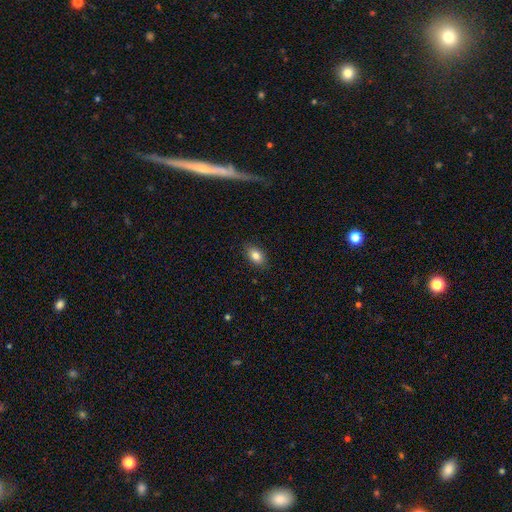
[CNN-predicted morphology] Q: Smooth or featured?
A: smooth (83%); runner-up: featured or disk (9%)
Q: How rounded?
A: in between (88%); runner-up: round (10%)
Q: Merging?
A: none (86%); runner-up: minor disturbance (10%)